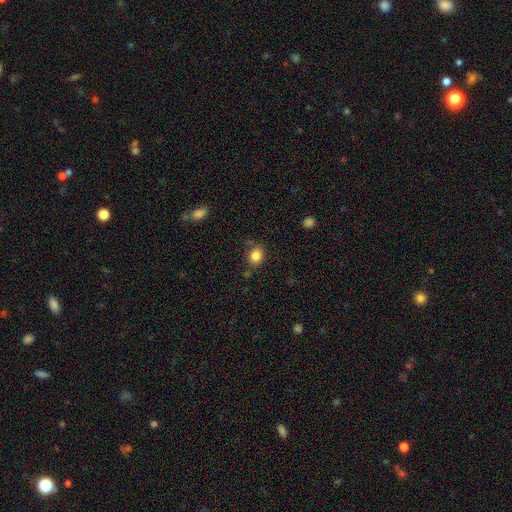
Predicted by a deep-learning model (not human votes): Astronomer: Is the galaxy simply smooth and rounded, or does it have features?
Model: smooth — 84%.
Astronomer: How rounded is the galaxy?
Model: round — 60% (runner-up: in between, 39%).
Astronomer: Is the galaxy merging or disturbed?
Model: none — 77%.